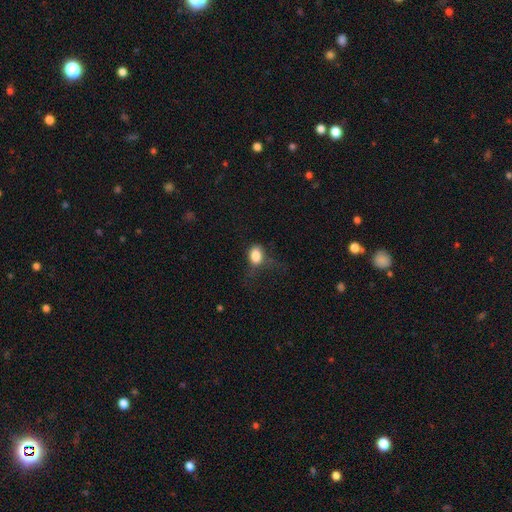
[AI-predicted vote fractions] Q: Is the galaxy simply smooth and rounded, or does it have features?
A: smooth — 82%.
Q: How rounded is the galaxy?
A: in between — 76%.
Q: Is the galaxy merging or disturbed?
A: none — 37%.